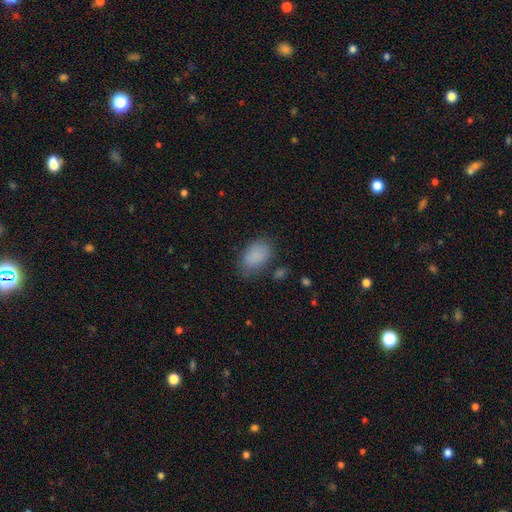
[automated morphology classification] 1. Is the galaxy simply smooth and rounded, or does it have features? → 87% smooth, 8% star or artifact, 5% featured or disk.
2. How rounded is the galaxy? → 91% in between, 8% round, 1% cigar-shaped.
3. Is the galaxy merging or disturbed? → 75% none, 18% minor disturbance, 5% major disturbance, 2% merger.